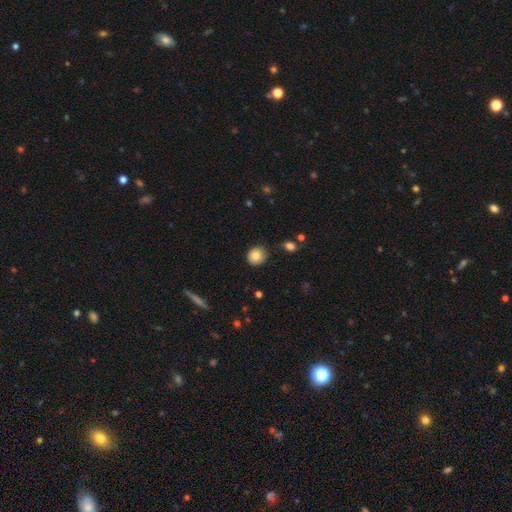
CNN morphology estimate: Smooth or featured? smooth (84%)
How rounded? round (87%)
Merging? none (84%)